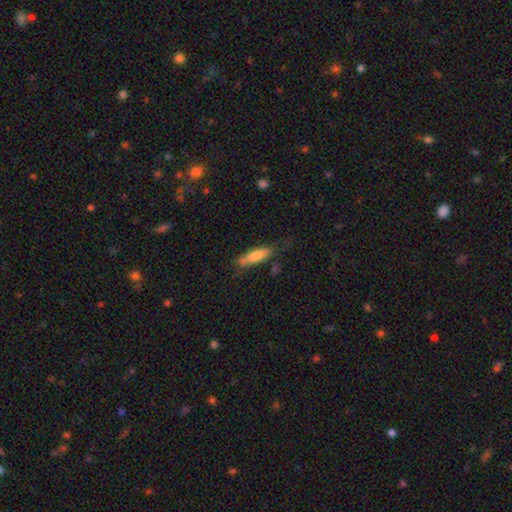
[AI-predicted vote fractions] The model was most divided on "how rounded": cigar-shaped: 65%, in between: 33%, round: 2%. More confident: smooth or featured — smooth (73%); merging — none (69%).